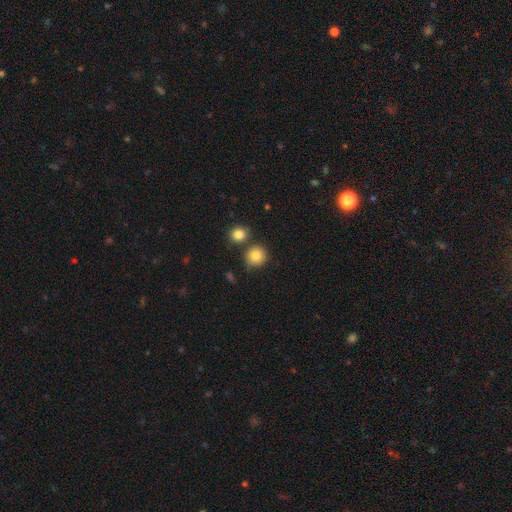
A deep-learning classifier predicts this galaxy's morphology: smooth_or_featured: smooth (p=0.84) [alt: star or artifact p=0.10]
how_rounded: round (p=0.89) [alt: in between p=0.10]
merging: none (p=0.76) [alt: merger p=0.12]